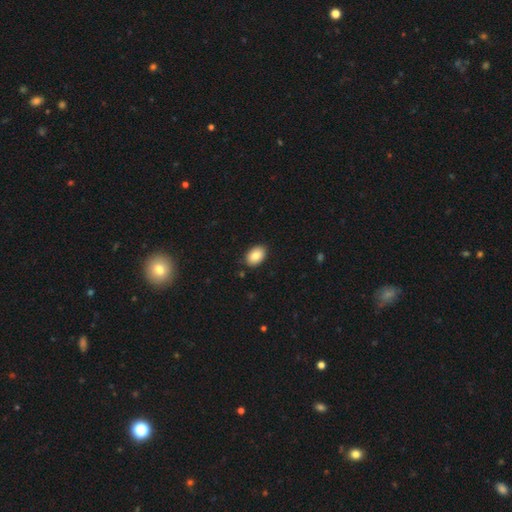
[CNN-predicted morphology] A smooth galaxy with no disk features (86%) that is in between round and cigar-shaped (87%). Merging: none (88%).